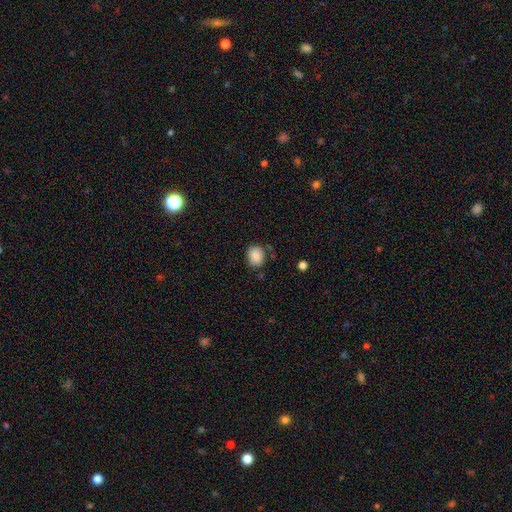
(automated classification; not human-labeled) Morphology: type=smooth (87%); roundness=round (63%); merging=none (72%).